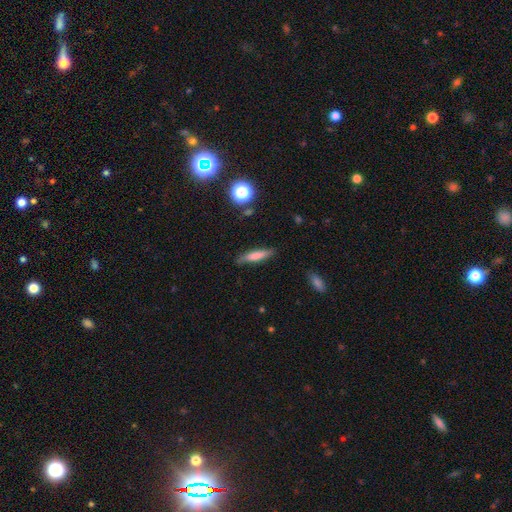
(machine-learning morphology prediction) A smooth galaxy with no disk features (69%) that is cigar-shaped (82%). Merging: none (82%).